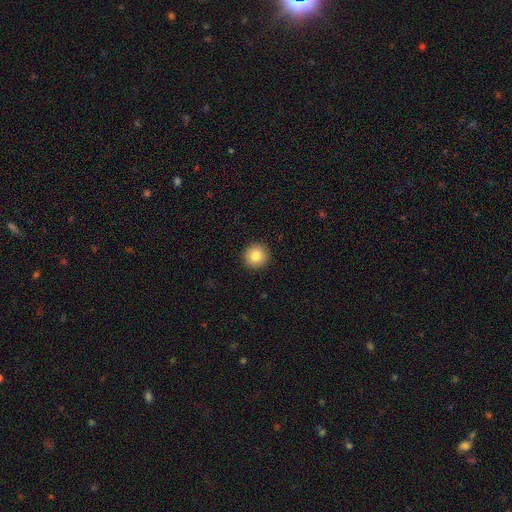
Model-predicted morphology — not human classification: Smooth or featured? smooth (84%)
How rounded? round (95%)
Merging? none (93%)